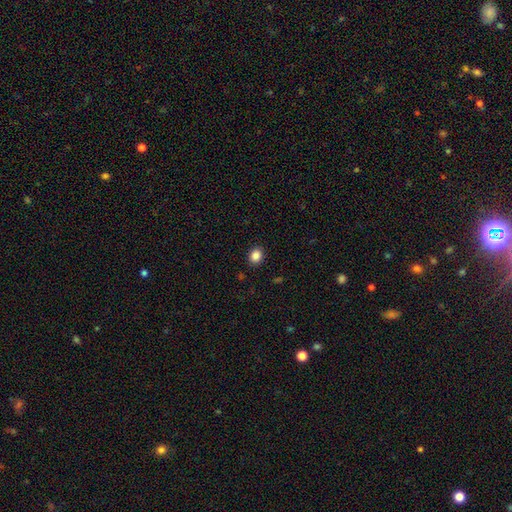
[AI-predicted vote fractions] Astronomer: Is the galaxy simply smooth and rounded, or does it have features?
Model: smooth — 86%.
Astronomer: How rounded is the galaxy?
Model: round — 56% (runner-up: in between, 43%).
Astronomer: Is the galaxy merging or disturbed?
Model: none — 90%.